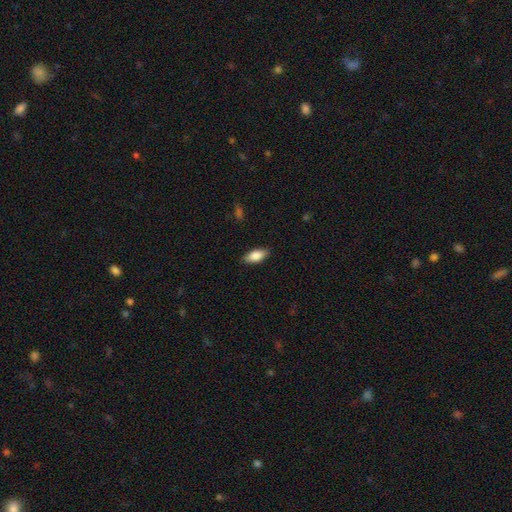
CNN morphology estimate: Overall: smooth (85%). How rounded: in between (87%). Merging: none (87%).